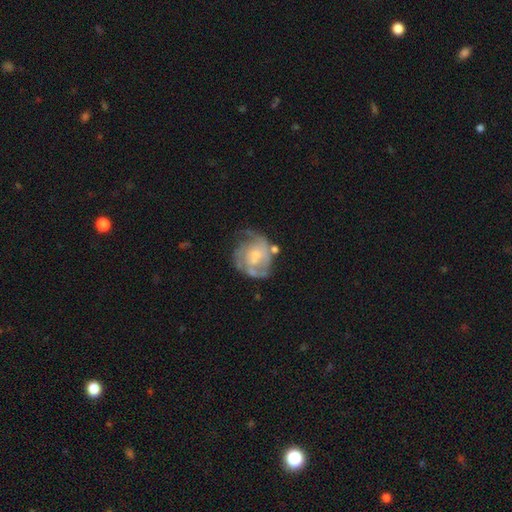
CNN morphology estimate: smooth_or_featured: featured or disk (p=0.75) [alt: smooth p=0.18]
disk_edge_on: no (p=0.98) [alt: yes p=0.02]
bar: no (p=0.73) [alt: weak p=0.23]
has_spiral_arms: yes (p=0.78) [alt: no p=0.22]
spiral_winding: tight (p=0.48) [alt: medium p=0.36]
spiral_arm_count: can't tell (p=0.39) [alt: 2 p=0.26]
bulge_size: small (p=0.53) [alt: moderate p=0.33]
merging: none (p=0.48) [alt: minor disturbance p=0.24]